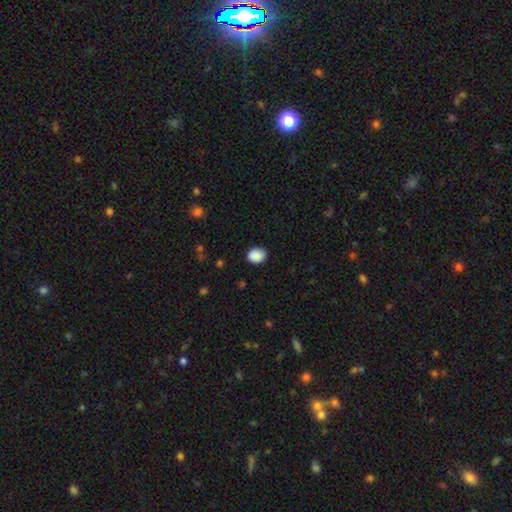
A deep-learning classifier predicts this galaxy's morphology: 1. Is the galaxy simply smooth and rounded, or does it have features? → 89% smooth, 8% star or artifact, 3% featured or disk.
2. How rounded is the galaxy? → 55% round, 45% in between, 1% cigar-shaped.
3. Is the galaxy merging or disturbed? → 84% none, 12% minor disturbance, 3% major disturbance, 1% merger.